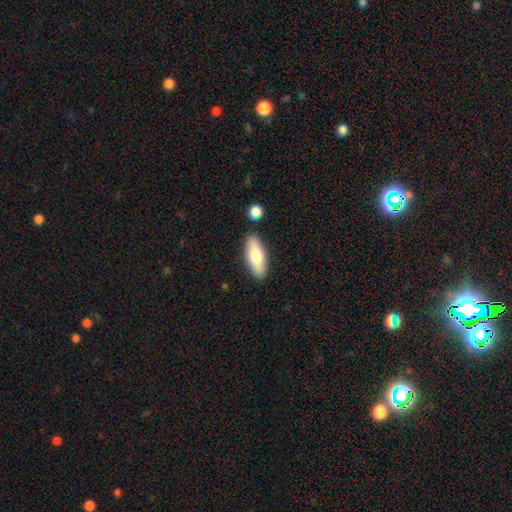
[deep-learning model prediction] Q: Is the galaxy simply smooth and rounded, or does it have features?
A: smooth — 72%.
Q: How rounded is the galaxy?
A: in between — 69%.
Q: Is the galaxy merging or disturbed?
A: none — 85%.